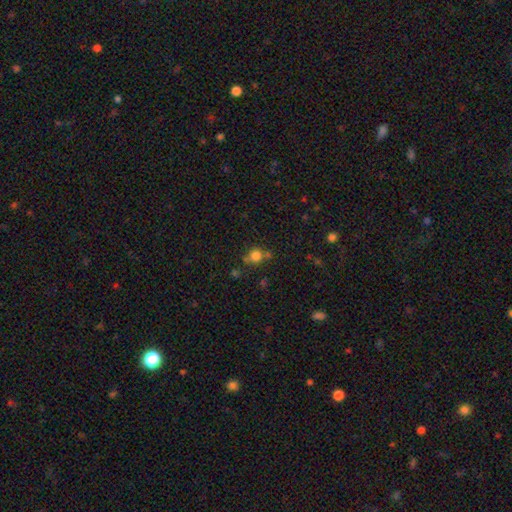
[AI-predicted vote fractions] Morphology: type=smooth (78%); roundness=round (85%); merging=none (60%).